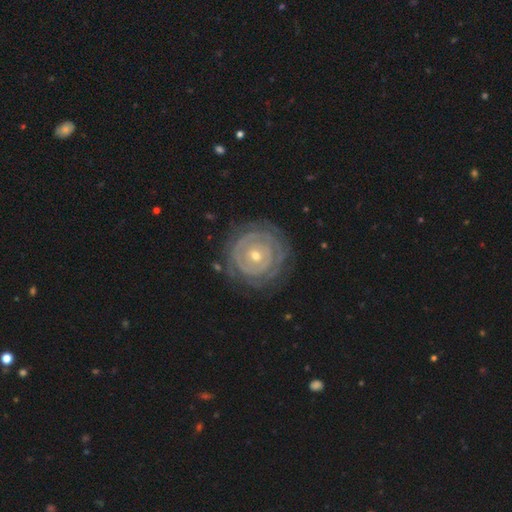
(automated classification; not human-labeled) Smooth or featured: featured or disk — 83% (smooth — 12%)
Edge-on disk: no — 97% (yes — 3%)
Bar: no — 78% (weak — 15%)
Spiral arms: yes — 85% (no — 15%)
Spiral winding: tight — 88% (medium — 9%)
Spiral arm count: can't tell — 40% (2 — 23%)
Bulge size: small — 55% (moderate — 41%)
Merging: none — 78% (minor disturbance — 14%)